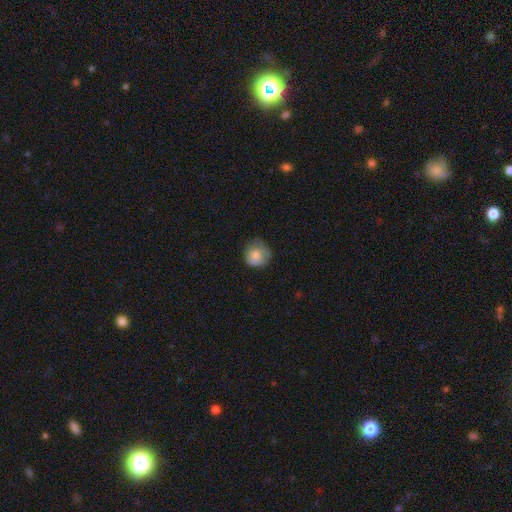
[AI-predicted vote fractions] smooth 75%, featured or disk 17%, star or artifact 8%. Down the decision tree: how rounded — round (85%); merging — none (59%).